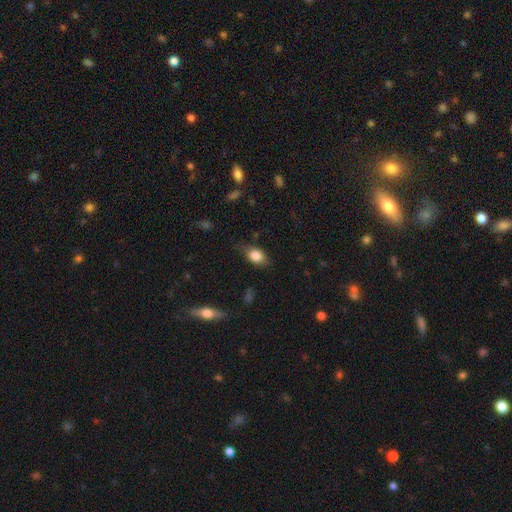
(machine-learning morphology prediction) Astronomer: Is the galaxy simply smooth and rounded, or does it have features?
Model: smooth — 81%.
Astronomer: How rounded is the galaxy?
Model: in between — 80%.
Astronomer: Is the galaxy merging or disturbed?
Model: none — 69%.